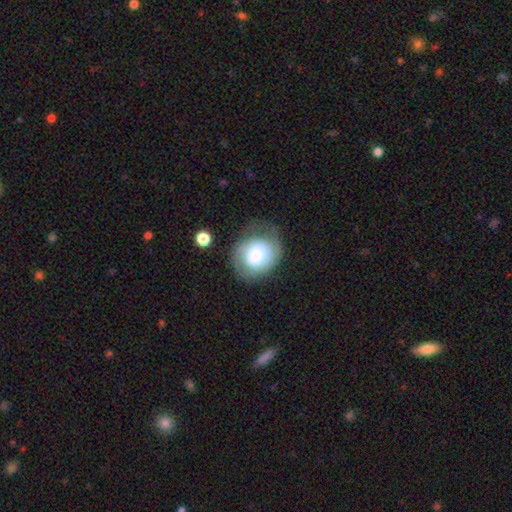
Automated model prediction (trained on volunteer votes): This is likely a smooth galaxy (63%). How rounded: possibly round (57%). Merging: possibly none (47%).